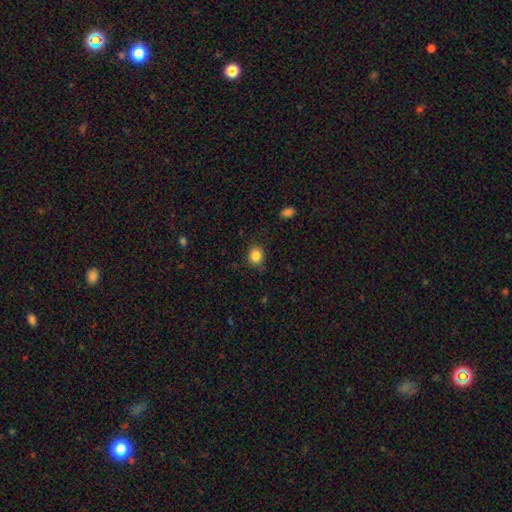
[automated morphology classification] Smooth or featured?
  - smooth: 85% *
  - star or artifact: 11%
  - featured or disk: 5%
How rounded?
  - round: 76% *
  - in between: 23%
  - cigar-shaped: 1%
Merging?
  - none: 84% *
  - minor disturbance: 12%
  - major disturbance: 3%
  - merger: 1%